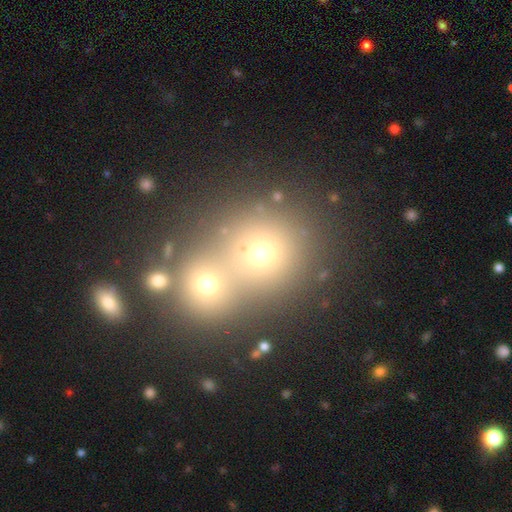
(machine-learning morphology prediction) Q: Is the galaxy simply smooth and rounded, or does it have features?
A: smooth — 63%.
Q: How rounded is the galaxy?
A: round — 82%.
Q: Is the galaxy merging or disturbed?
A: merger — 55%.